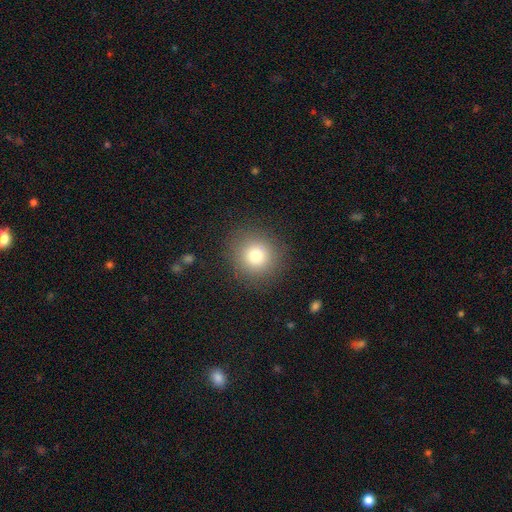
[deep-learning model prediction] A smooth galaxy with no disk features (77%) that is round (90%).

Vote fractions:
- Smooth or featured? smooth: 77% / star or artifact: 13% / featured or disk: 10%
- How rounded? round: 90% / in between: 9% / cigar-shaped: 1%
- Merging? none: 88% / minor disturbance: 7% / major disturbance: 4% / merger: 1%